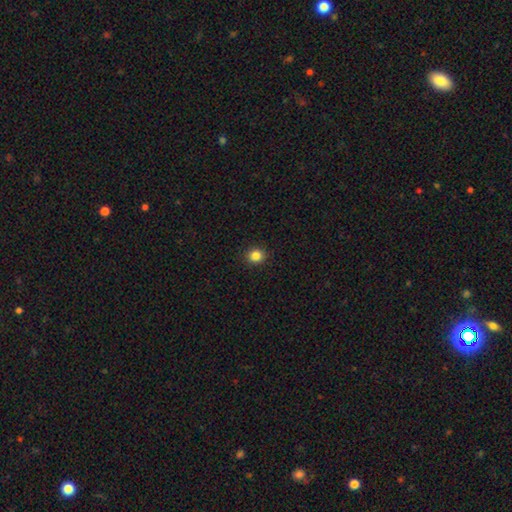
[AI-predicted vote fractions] Smooth or featured? Predicted: smooth (p=0.85). How rounded? Predicted: round (p=0.87). Merging? Predicted: none (p=0.92).